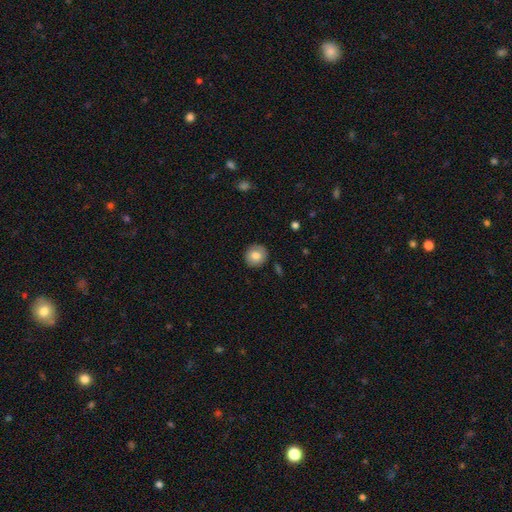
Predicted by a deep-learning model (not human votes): A smooth galaxy with no disk features (82%) that is round (89%). Merging: none (89%).